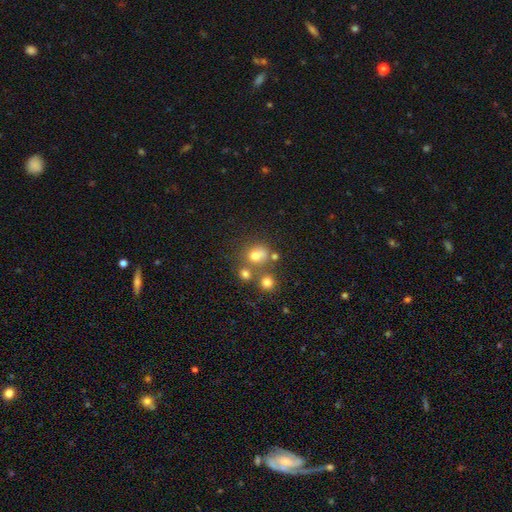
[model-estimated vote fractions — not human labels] Smooth or featured? smooth (67%)
How rounded? round (68%)
Merging? none (55%)